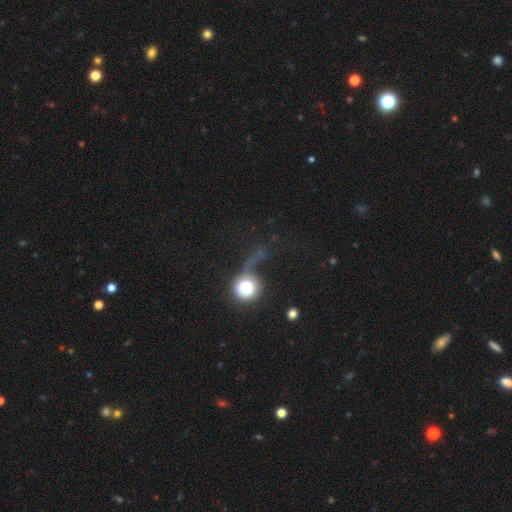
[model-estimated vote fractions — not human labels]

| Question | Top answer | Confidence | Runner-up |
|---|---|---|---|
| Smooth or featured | smooth | 56% | star or artifact (25%) |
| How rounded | round | 90% | in between (8%) |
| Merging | none | 41% | major disturbance (36%) |